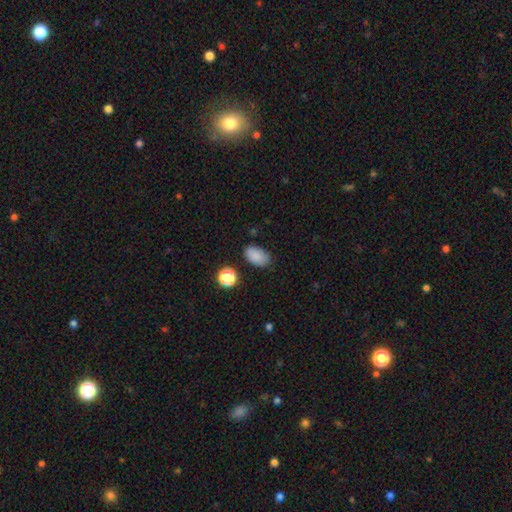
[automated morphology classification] Smooth or featured?
  - smooth: 85% *
  - star or artifact: 10%
  - featured or disk: 5%
How rounded?
  - in between: 89% *
  - round: 9%
  - cigar-shaped: 1%
Merging?
  - none: 79% *
  - minor disturbance: 15%
  - major disturbance: 3%
  - merger: 2%